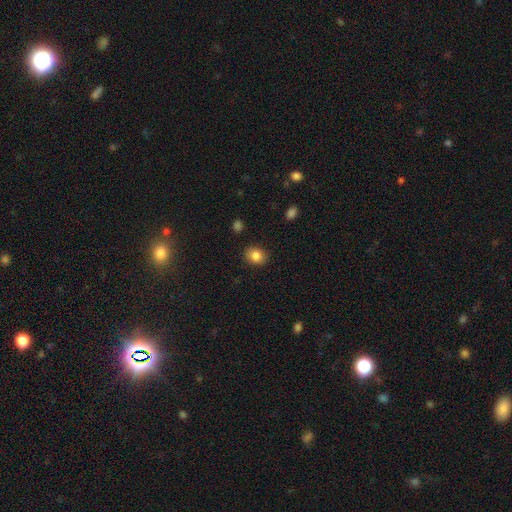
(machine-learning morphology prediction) Smooth or featured: smooth — 84% (star or artifact — 10%)
How rounded: round — 53% (in between — 46%)
Merging: none — 88% (minor disturbance — 8%)